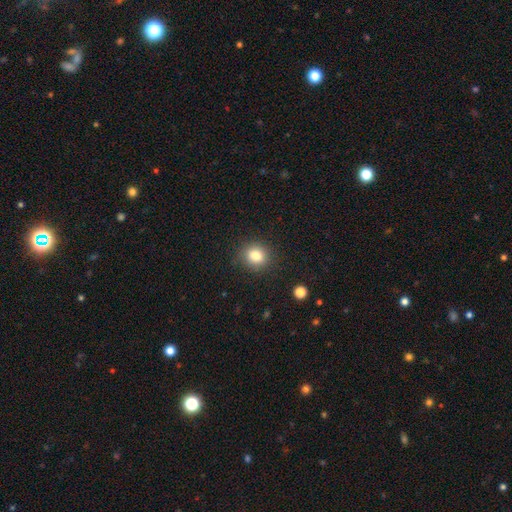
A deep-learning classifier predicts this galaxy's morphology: smooth_or_featured: smooth (p=0.82) [alt: star or artifact p=0.12]
how_rounded: round (p=0.77) [alt: in between p=0.22]
merging: none (p=0.88) [alt: minor disturbance p=0.08]